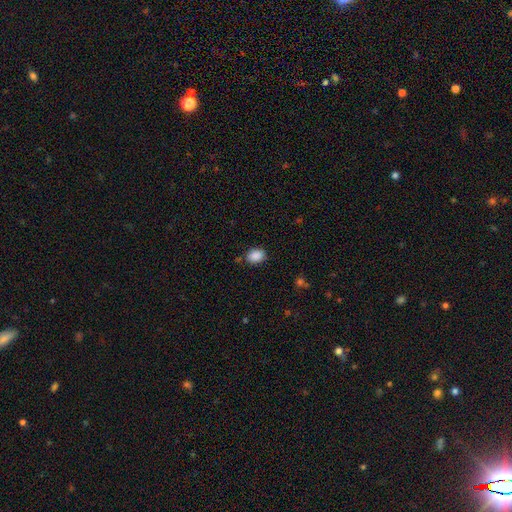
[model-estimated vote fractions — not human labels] Smooth or featured?
  - smooth: 88% *
  - star or artifact: 8%
  - featured or disk: 3%
How rounded?
  - in between: 70% *
  - round: 29%
  - cigar-shaped: 1%
Merging?
  - none: 81% *
  - minor disturbance: 13%
  - major disturbance: 3%
  - merger: 2%